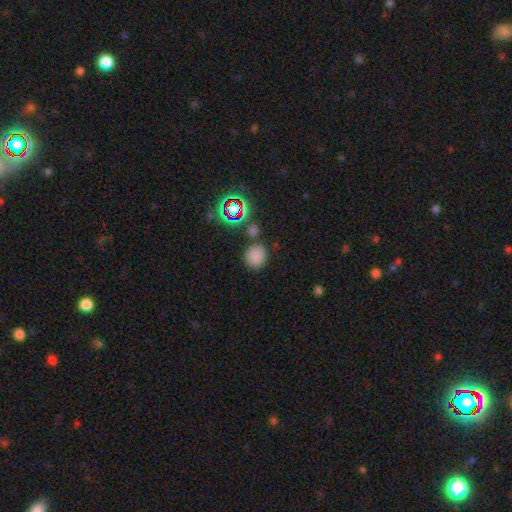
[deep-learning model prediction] This appears to be a smooth galaxy with no disk features (76%) that is round (80%). Merging: none (77%).